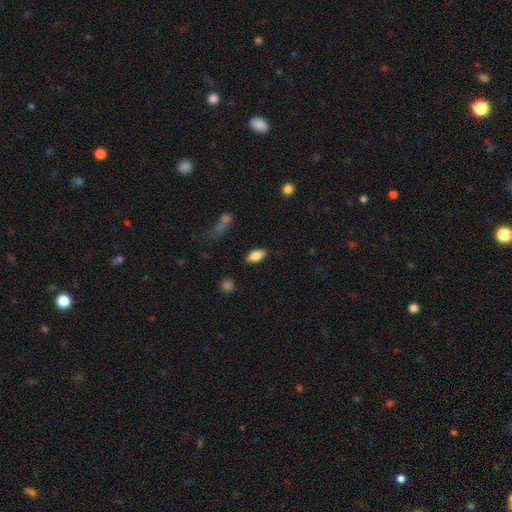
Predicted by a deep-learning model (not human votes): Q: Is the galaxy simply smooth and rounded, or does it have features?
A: smooth — 77%.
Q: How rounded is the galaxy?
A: in between — 89%.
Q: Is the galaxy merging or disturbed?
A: none — 84%.